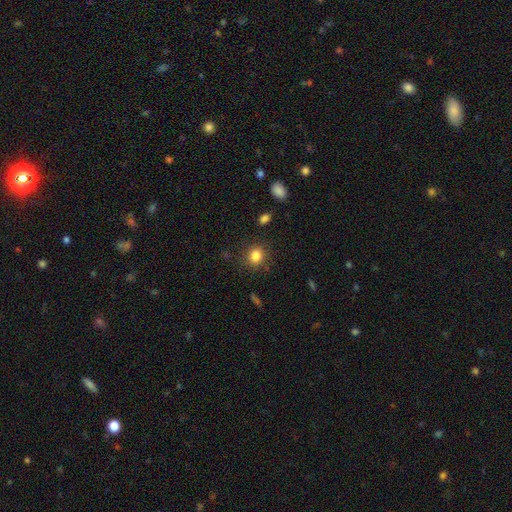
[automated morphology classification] type=smooth (84%); roundness=round (72%); merging=none (84%).